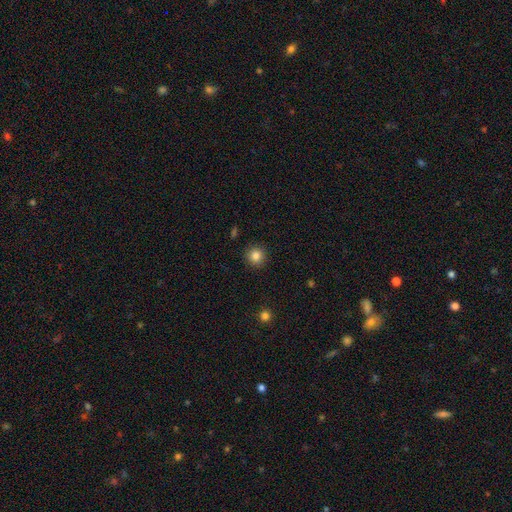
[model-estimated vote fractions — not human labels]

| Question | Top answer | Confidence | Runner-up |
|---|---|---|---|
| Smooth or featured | smooth | 84% | star or artifact (10%) |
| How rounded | round | 94% | in between (5%) |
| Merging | none | 91% | minor disturbance (6%) |